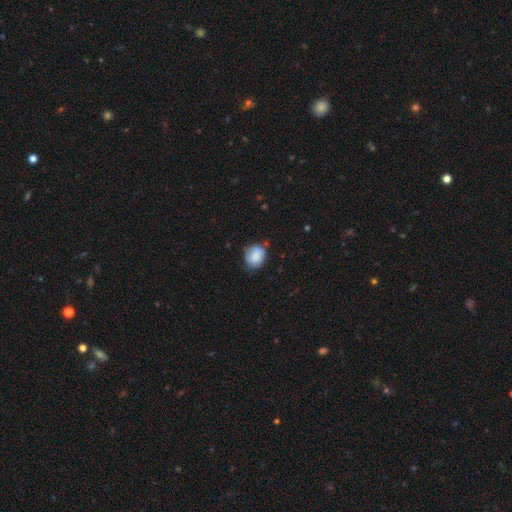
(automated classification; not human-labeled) Q: Smooth or featured?
A: smooth (81%); runner-up: featured or disk (11%)
Q: How rounded?
A: round (61%); runner-up: in between (38%)
Q: Merging?
A: none (55%); runner-up: minor disturbance (34%)